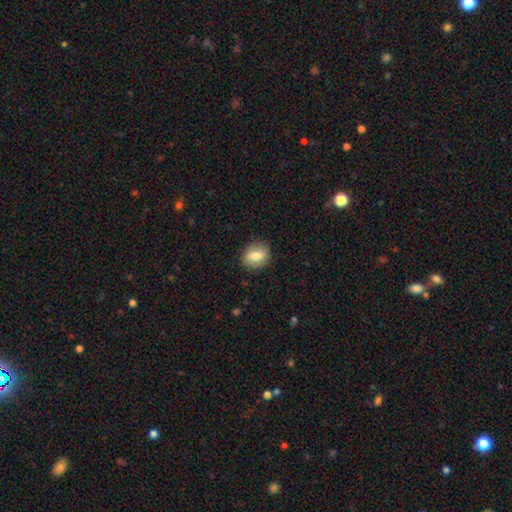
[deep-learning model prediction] Smooth or featured? Predicted: smooth (p=0.72). How rounded? Predicted: round (p=0.51). Merging? Predicted: none (p=0.87).